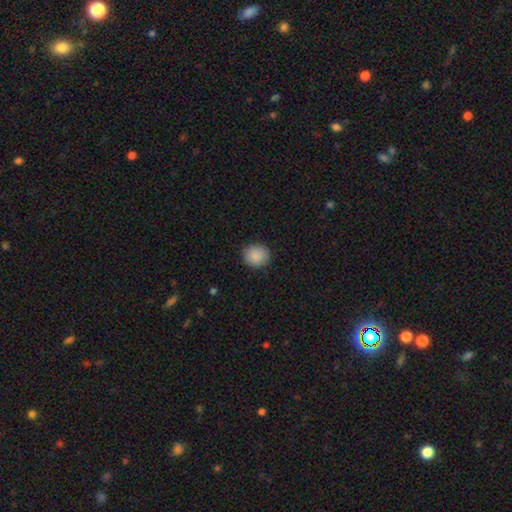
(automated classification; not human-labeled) The model was most divided on "how rounded": round: 83%, in between: 16%, cigar-shaped: 1%. More confident: merging — none (89%); smooth or featured — smooth (89%).